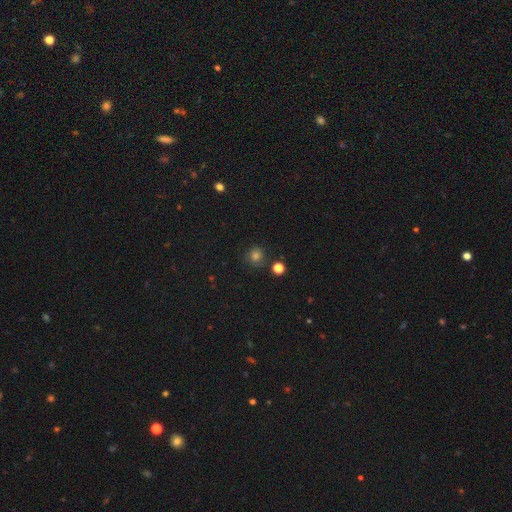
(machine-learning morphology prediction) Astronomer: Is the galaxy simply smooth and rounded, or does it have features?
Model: smooth — 75%.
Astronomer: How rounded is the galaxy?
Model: round — 91%.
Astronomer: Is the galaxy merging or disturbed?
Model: none — 82%.